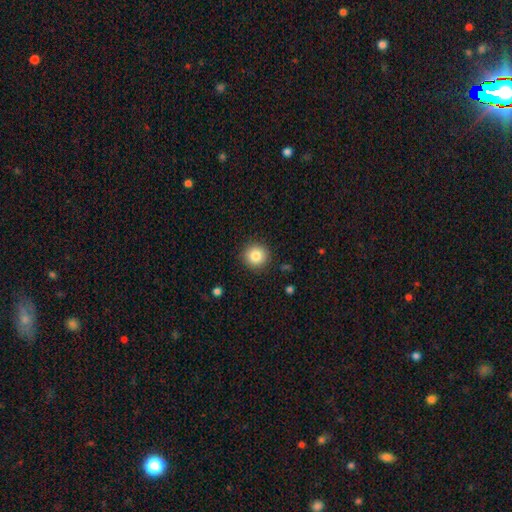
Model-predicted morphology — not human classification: Smooth or featured?
  - smooth: 84% *
  - star or artifact: 9%
  - featured or disk: 6%
How rounded?
  - round: 93% *
  - in between: 6%
  - cigar-shaped: 1%
Merging?
  - none: 91% *
  - minor disturbance: 6%
  - major disturbance: 2%
  - merger: 1%